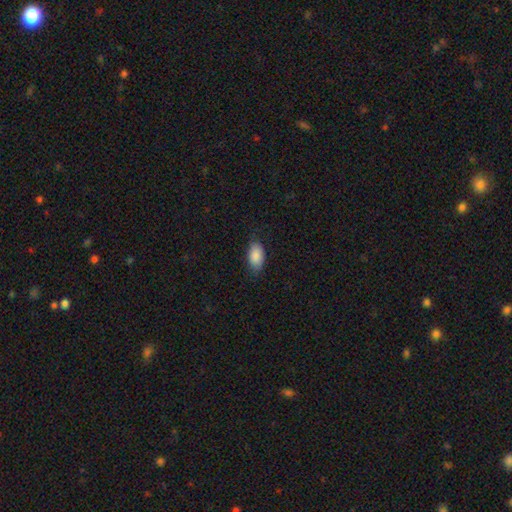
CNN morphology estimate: type=smooth (87%); roundness=in between (94%); merging=none (77%).